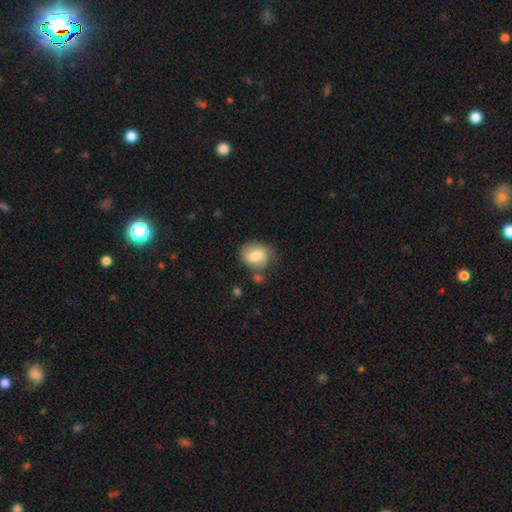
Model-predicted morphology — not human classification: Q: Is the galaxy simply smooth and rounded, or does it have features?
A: smooth — 72%.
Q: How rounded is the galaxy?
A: round — 65%.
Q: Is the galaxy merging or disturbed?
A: none — 60%.